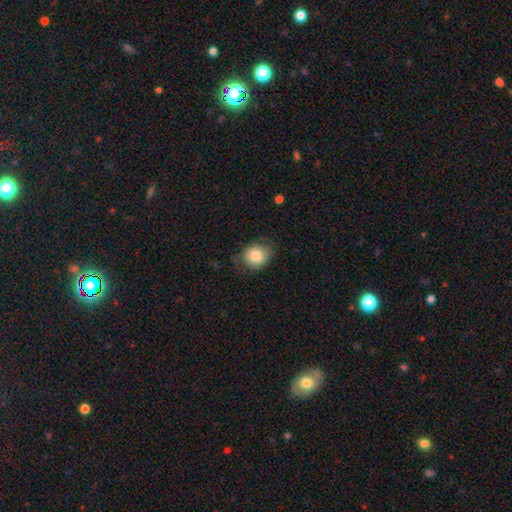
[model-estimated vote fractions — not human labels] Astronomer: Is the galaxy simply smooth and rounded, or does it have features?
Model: smooth — 82%.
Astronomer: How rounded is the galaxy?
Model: round — 73%.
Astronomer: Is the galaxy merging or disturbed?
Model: none — 74%.